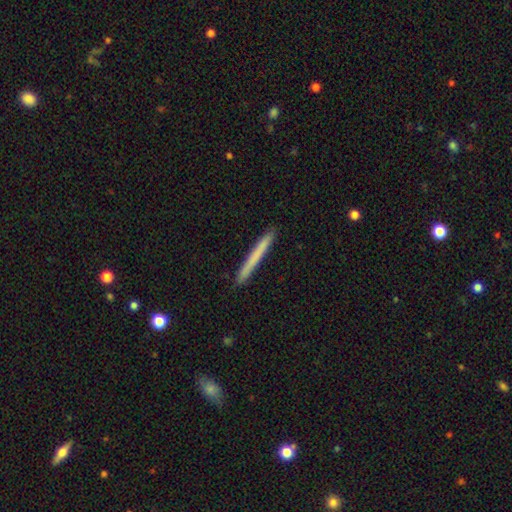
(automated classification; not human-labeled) Smooth or featured? Predicted: smooth (p=0.68). How rounded? Predicted: cigar-shaped (p=0.97). Merging? Predicted: none (p=0.92).